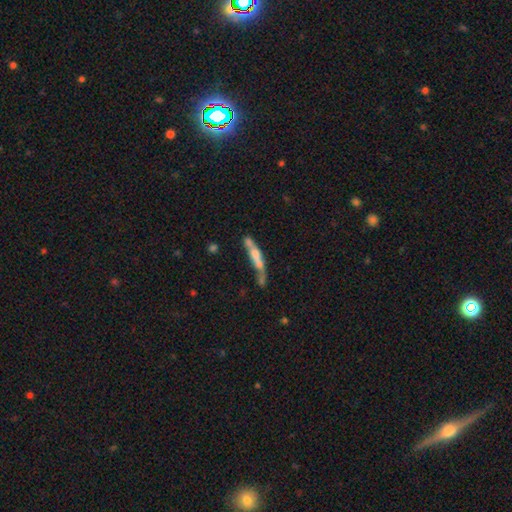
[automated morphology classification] smooth_or_featured: featured or disk (p=0.47) [alt: smooth p=0.45]
merging: none (p=0.37) [alt: minor disturbance p=0.24]